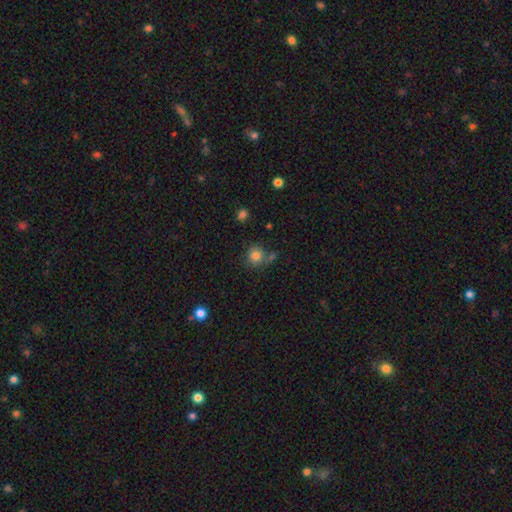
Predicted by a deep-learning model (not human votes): smooth 81%, star or artifact 12%, featured or disk 7%. Down the decision tree: how rounded — round (88%); merging — none (65%).